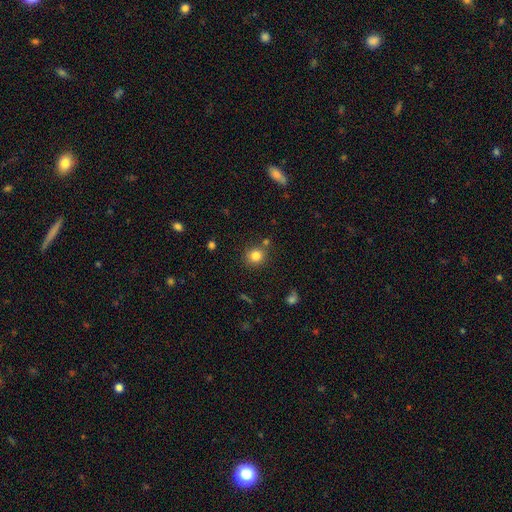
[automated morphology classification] Q: Smooth or featured?
A: smooth (82%); runner-up: star or artifact (12%)
Q: How rounded?
A: round (87%); runner-up: in between (12%)
Q: Merging?
A: none (79%); runner-up: minor disturbance (10%)